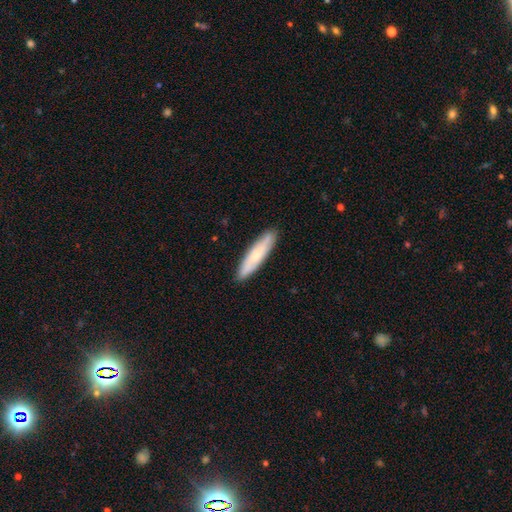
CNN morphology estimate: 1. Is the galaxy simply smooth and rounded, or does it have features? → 65% smooth, 29% featured or disk, 6% star or artifact.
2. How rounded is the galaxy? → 81% cigar-shaped, 17% in between, 1% round.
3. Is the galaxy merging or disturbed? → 88% none, 9% minor disturbance, 2% major disturbance, 1% merger.